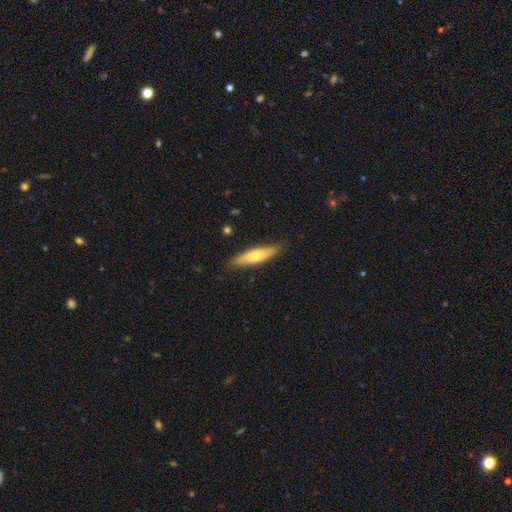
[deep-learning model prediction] A smooth galaxy with no disk features (60%) that is cigar-shaped (67%).

Vote fractions:
- Smooth or featured? smooth: 60% / featured or disk: 34% / star or artifact: 6%
- How rounded? cigar-shaped: 67% / in between: 31% / round: 2%
- Merging? none: 82% / minor disturbance: 14% / major disturbance: 2% / merger: 1%